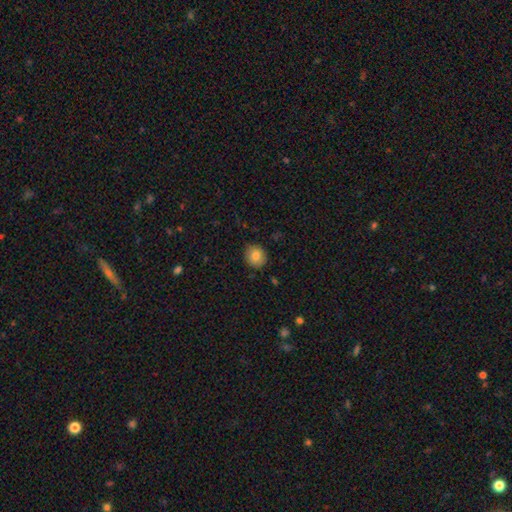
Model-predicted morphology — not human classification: smooth-or-featured: smooth: 82% | star or artifact: 9% | featured or disk: 9%
  how-rounded: round: 85% | in between: 14% | cigar-shaped: 1%
  merging: none: 88% | minor disturbance: 9% | major disturbance: 2% | merger: 1%